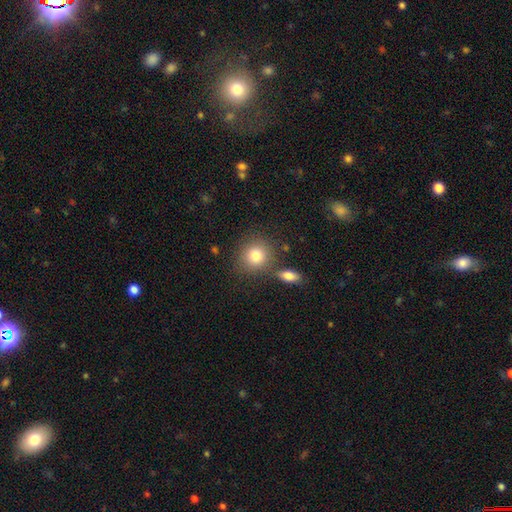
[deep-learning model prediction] smooth 82%, star or artifact 9%, featured or disk 9%. Down the decision tree: how rounded — round (85%); merging — none (75%).